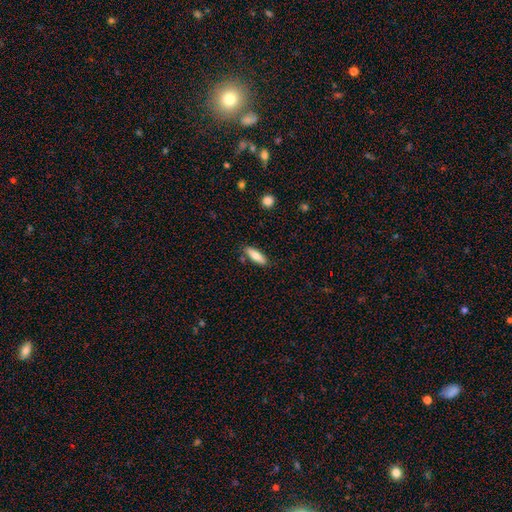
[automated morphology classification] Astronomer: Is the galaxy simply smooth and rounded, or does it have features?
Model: smooth — 77%.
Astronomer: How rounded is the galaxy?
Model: in between — 58% (runner-up: cigar-shaped, 40%).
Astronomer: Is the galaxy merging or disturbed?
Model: none — 83%.